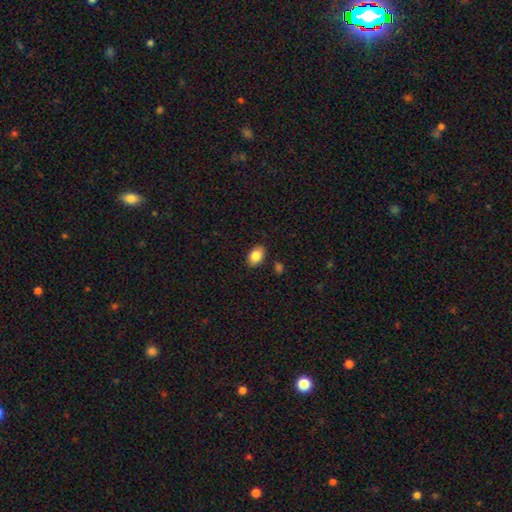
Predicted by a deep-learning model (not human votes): smooth 85%, star or artifact 8%, featured or disk 7%. Down the decision tree: how rounded — in between (84%); merging — none (85%).